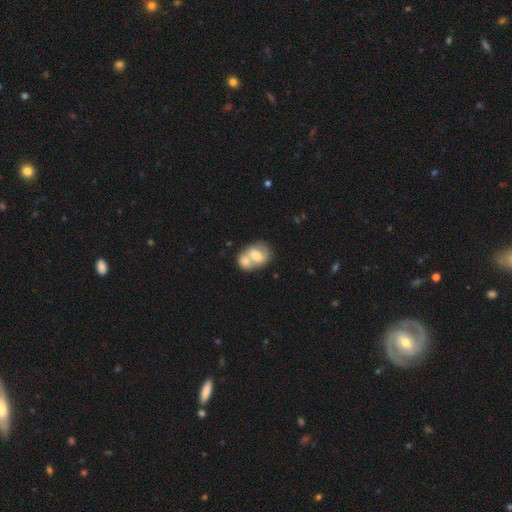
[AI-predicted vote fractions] This is possibly a smooth galaxy (59%). How rounded: possibly in between (57%). Merging: likely merger (66%).